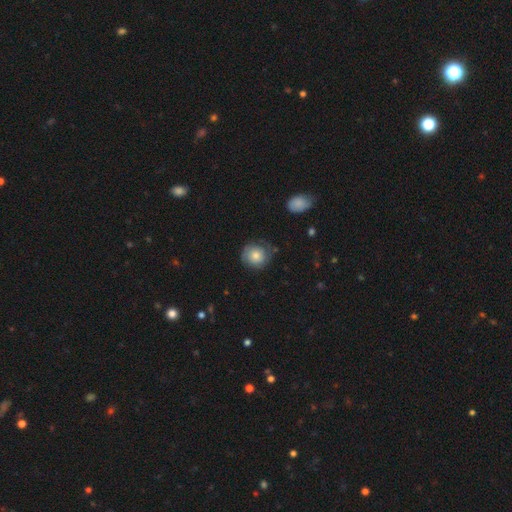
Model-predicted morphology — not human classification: This is possibly a smooth galaxy (57%). How rounded: clearly round (86%). Merging: likely none (67%).